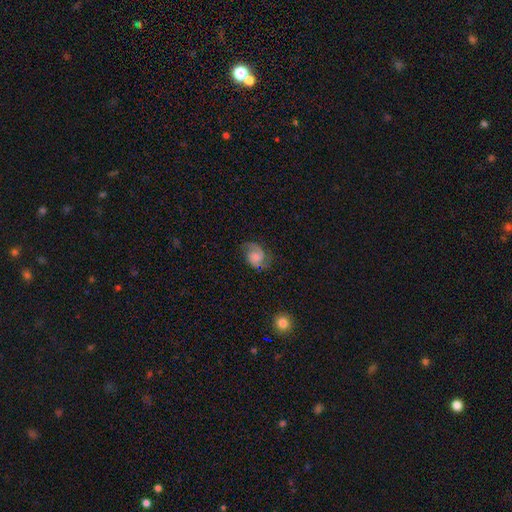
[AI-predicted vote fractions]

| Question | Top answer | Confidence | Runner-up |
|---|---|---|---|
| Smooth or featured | featured or disk | 79% | smooth (13%) |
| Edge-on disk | no | 98% | yes (2%) |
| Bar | no | 64% | weak (31%) |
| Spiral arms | yes | 96% | no (4%) |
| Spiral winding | medium | 50% | tight (33%) |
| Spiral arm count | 2 | 81% | 1 (10%) |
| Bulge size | small | 44% | moderate (37%) |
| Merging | none | 72% | minor disturbance (18%) |